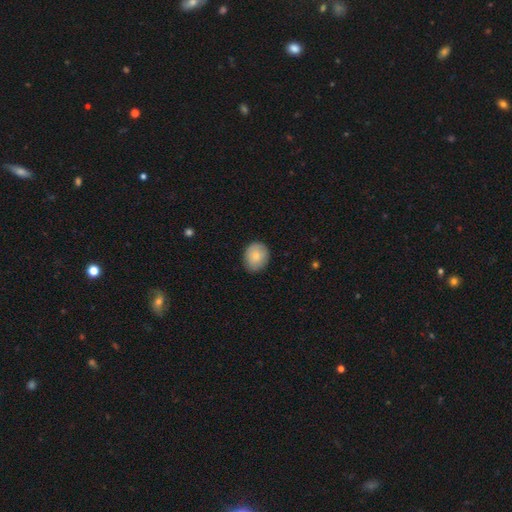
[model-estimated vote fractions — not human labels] A smooth galaxy with no disk features (80%) that is round (63%).

Vote fractions:
- Smooth or featured? smooth: 80% / featured or disk: 12% / star or artifact: 7%
- How rounded? round: 63% / in between: 36% / cigar-shaped: 1%
- Merging? none: 83% / minor disturbance: 14% / major disturbance: 2% / merger: 1%